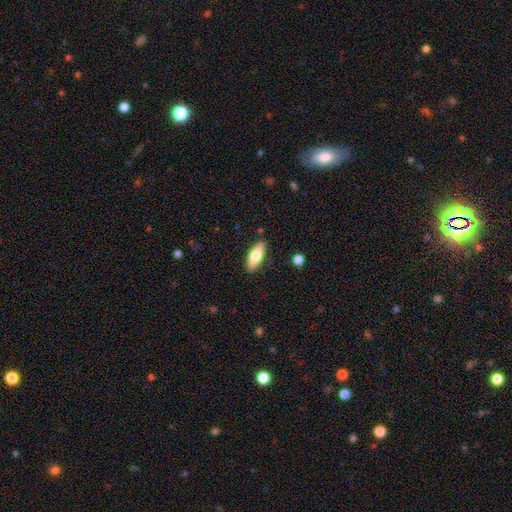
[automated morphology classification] Smooth or featured?
  - smooth: 72% *
  - featured or disk: 22%
  - star or artifact: 6%
How rounded?
  - in between: 70% *
  - cigar-shaped: 28%
  - round: 2%
Merging?
  - none: 86% *
  - minor disturbance: 10%
  - major disturbance: 2%
  - merger: 2%